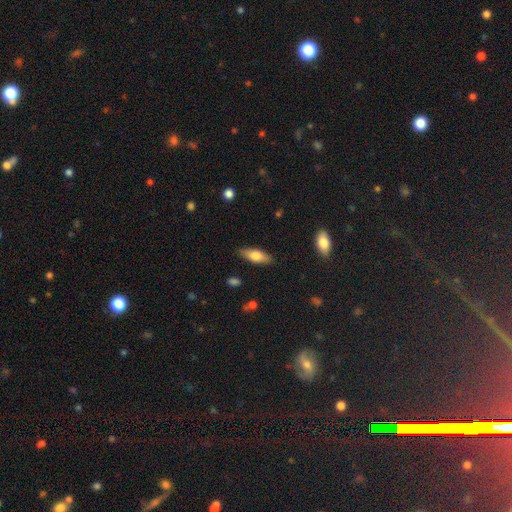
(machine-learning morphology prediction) This is likely a smooth galaxy (72%). How rounded: likely in between (70%). Merging: clearly none (85%).